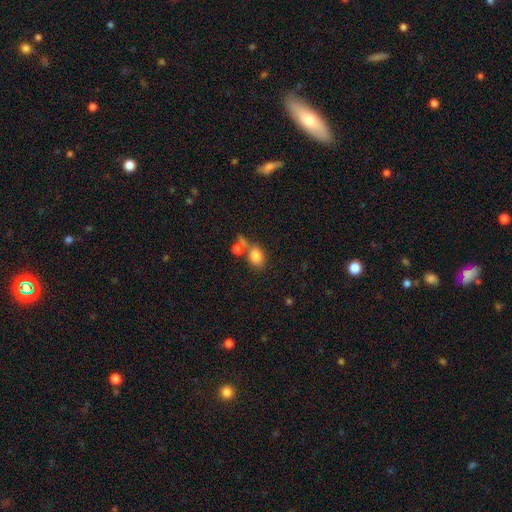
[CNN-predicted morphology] smooth 81%, star or artifact 10%, featured or disk 9%. Down the decision tree: how rounded — in between (65%); merging — none (49%).